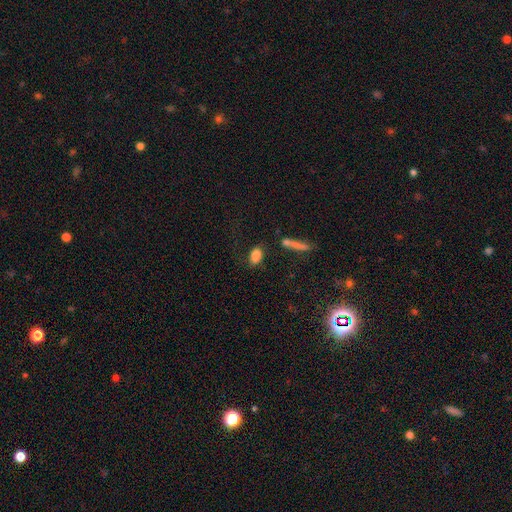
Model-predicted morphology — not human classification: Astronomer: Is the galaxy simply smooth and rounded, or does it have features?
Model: smooth — 84%.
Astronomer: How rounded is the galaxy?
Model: in between — 88%.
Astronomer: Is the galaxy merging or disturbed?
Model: none — 73%.